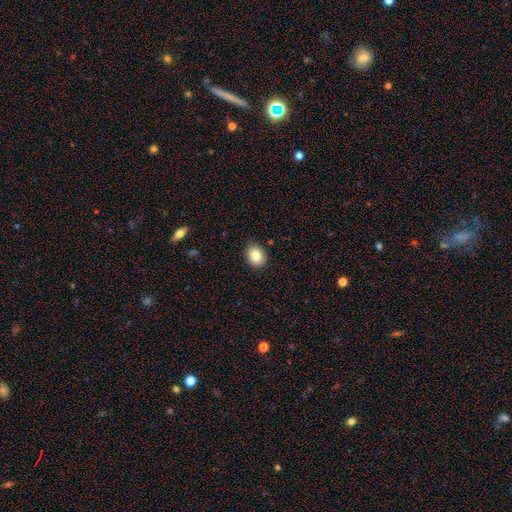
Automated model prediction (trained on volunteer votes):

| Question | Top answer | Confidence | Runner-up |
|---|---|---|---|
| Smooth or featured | smooth | 84% | star or artifact (9%) |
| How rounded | round | 56% | in between (43%) |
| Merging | none | 88% | minor disturbance (9%) |